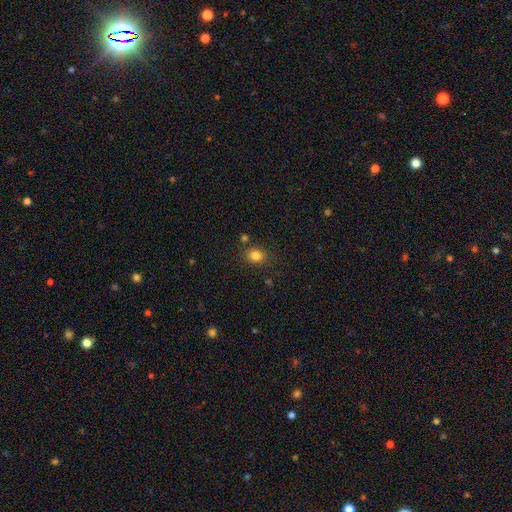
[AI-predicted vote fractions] The model was most divided on "how rounded": round: 61%, in between: 38%, cigar-shaped: 1%. More confident: smooth or featured — smooth (82%); merging — none (81%).